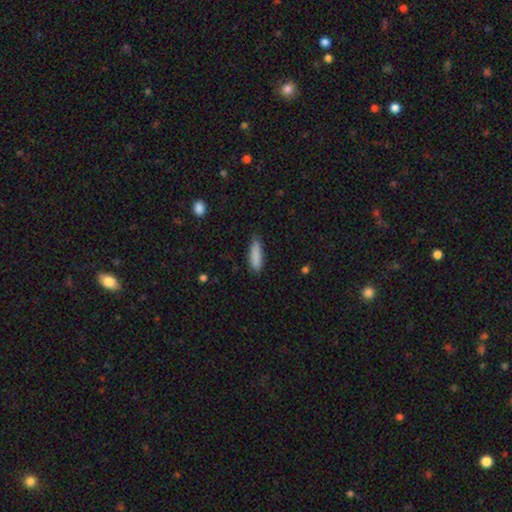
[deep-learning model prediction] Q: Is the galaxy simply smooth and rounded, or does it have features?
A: smooth — 87%.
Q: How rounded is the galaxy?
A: cigar-shaped — 56%.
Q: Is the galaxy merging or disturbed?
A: none — 76%.